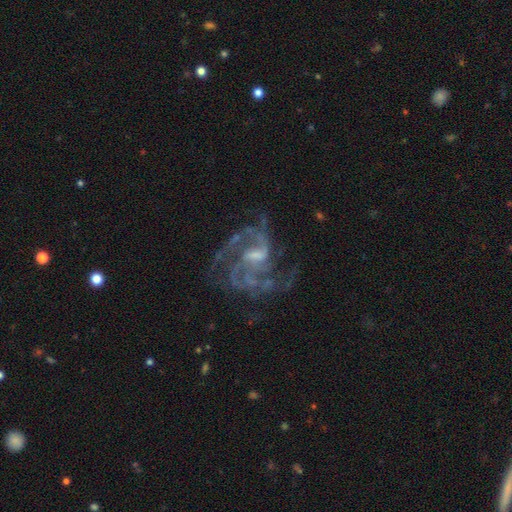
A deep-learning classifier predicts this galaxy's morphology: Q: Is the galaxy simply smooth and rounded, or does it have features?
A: featured or disk — 89%.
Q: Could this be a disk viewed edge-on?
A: no — 98%.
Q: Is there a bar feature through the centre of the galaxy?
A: weak — 57%.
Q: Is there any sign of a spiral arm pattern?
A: yes — 96%.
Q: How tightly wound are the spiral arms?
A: medium — 54%.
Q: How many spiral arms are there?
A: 3 — 32%.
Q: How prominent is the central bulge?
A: small — 41%.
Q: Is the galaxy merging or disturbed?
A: none — 55%.